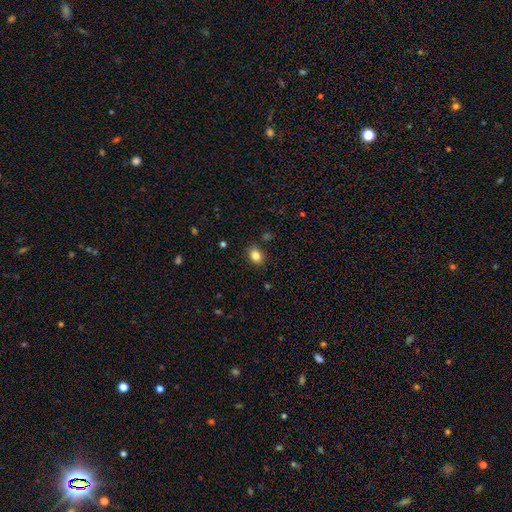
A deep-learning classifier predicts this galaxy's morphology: smooth-or-featured: smooth: 83% | star or artifact: 10% | featured or disk: 6%
  how-rounded: in between: 62% | round: 37% | cigar-shaped: 1%
  merging: none: 86% | minor disturbance: 10% | major disturbance: 2% | merger: 2%